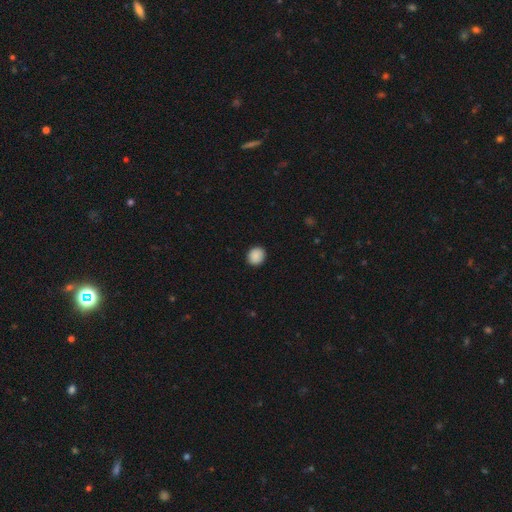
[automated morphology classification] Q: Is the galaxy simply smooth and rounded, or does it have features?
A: smooth — 89%.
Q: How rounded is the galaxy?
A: round — 79%.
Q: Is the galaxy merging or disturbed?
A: none — 90%.